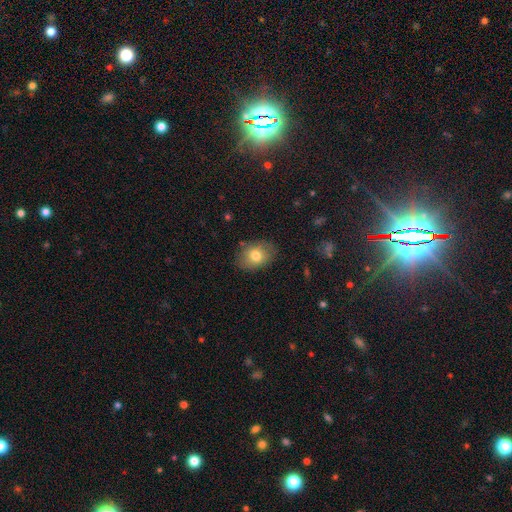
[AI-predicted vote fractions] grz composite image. It shows a smooth galaxy with no disk features (77%) that is in between round and cigar-shaped (75%). Merging: none (81%).